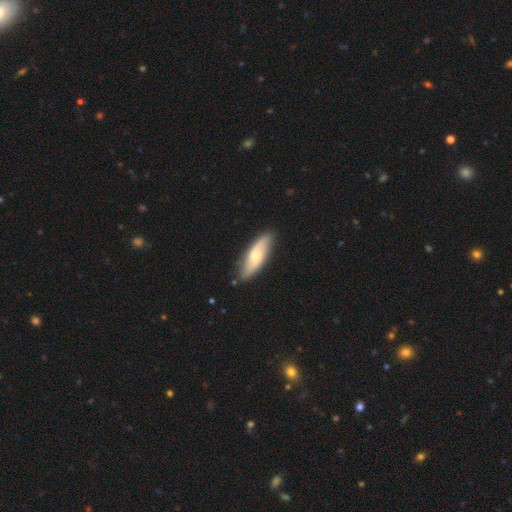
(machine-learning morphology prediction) smooth_or_featured: smooth (p=0.51) [alt: featured or disk p=0.44]
how_rounded: in between (p=0.51) [alt: cigar-shaped p=0.47]
merging: none (p=0.83) [alt: minor disturbance p=0.13]